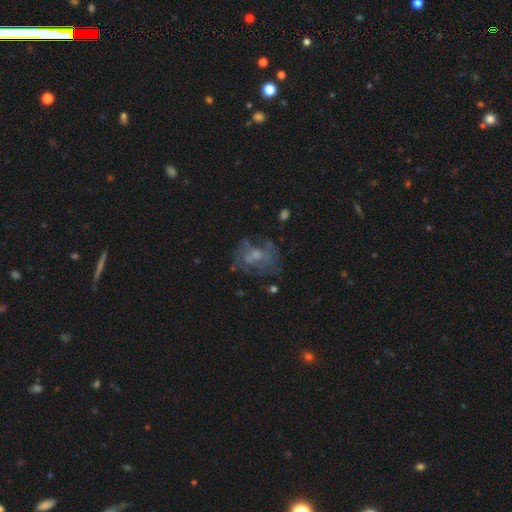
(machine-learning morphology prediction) This appears to be a featured or disk galaxy (57%) with no bar (74%), no spiral arms (66%) and a small central bulge (42%). Merging: none (50%).